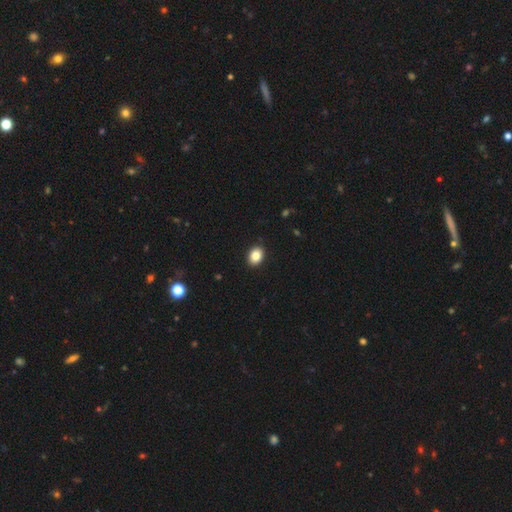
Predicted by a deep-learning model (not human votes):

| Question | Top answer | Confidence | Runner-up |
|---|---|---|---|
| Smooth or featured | smooth | 86% | star or artifact (9%) |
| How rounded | in between | 69% | round (30%) |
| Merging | none | 91% | minor disturbance (6%) |